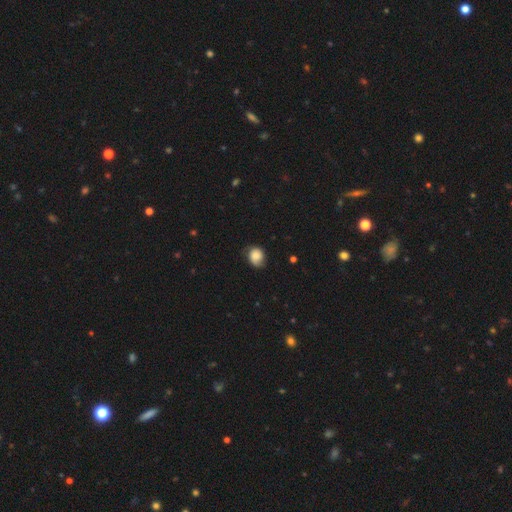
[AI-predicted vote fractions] A smooth galaxy with no disk features (71%) that is round (58%). Merging: none (60%).